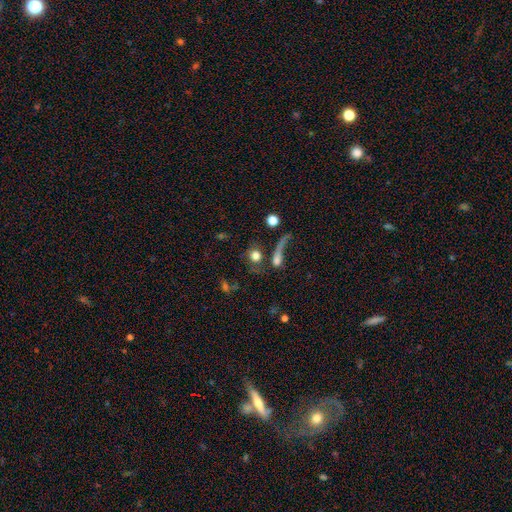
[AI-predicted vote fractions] Smooth or featured? Predicted: smooth (p=0.69). How rounded? Predicted: round (p=0.75). Merging? Predicted: none (p=0.42).